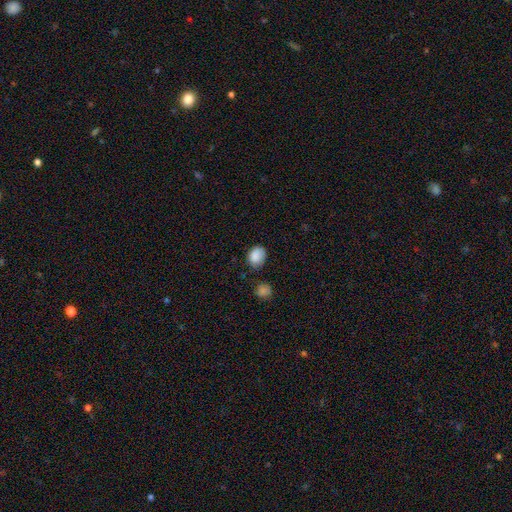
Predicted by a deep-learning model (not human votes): Morphology: type=smooth (87%); roundness=in between (60%); merging=none (65%).